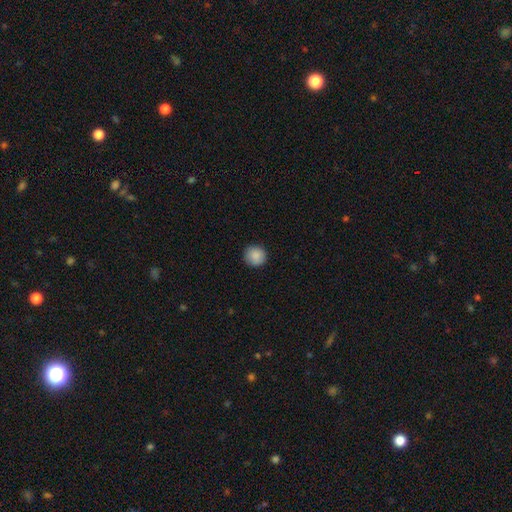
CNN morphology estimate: smooth 89%, star or artifact 8%, featured or disk 3%. Down the decision tree: how rounded — round (93%); merging — none (91%).